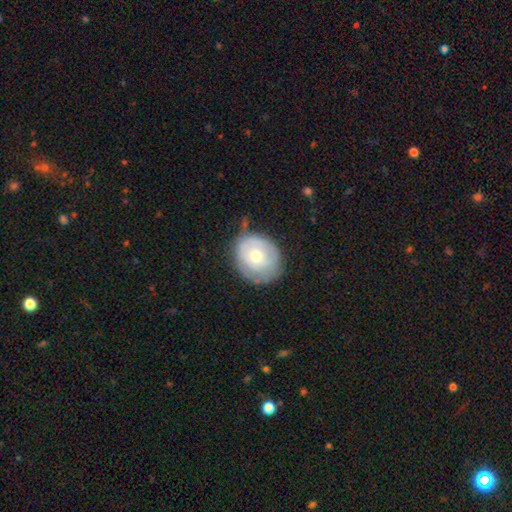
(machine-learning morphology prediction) Smooth or featured? Predicted: smooth (p=0.47). Merging? Predicted: none (p=0.61).